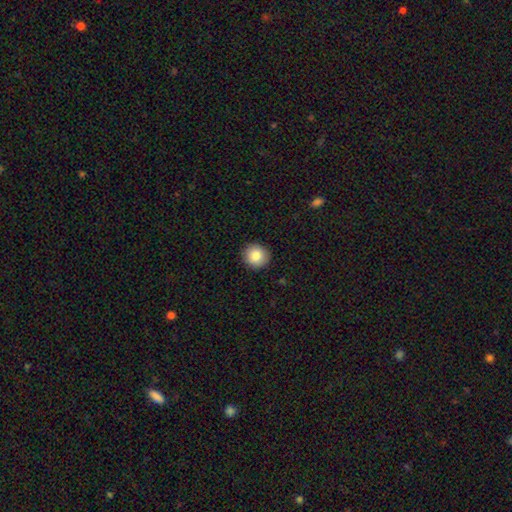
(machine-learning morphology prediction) This appears to be a smooth galaxy with no disk features (85%) that is round (90%). Merging: none (92%).